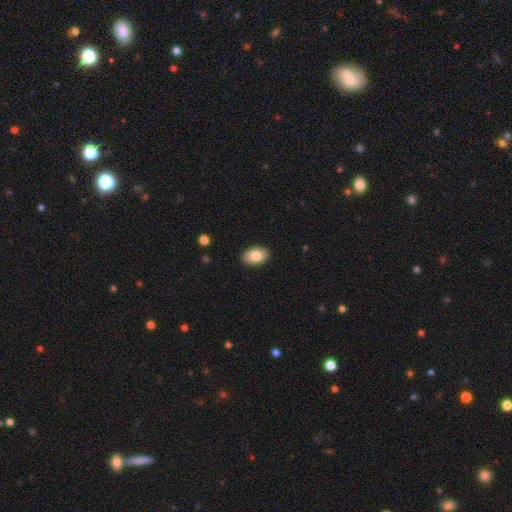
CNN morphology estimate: This is clearly a smooth galaxy (81%). How rounded: clearly in between (91%). Merging: clearly none (89%).